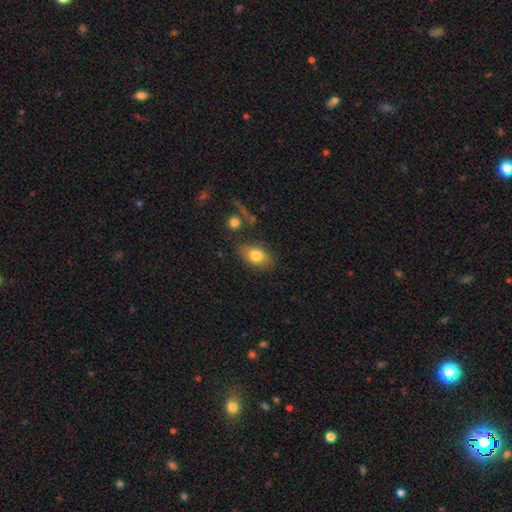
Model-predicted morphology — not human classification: Overall: smooth (78%). How rounded: in between (84%). Merging: none (78%).